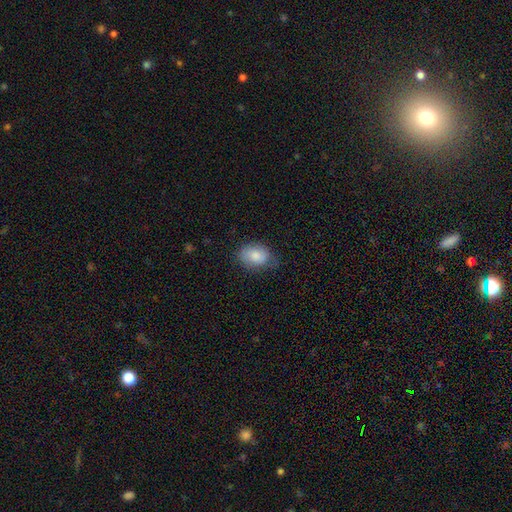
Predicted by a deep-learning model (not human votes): Smooth or featured? Predicted: smooth (p=0.79). How rounded? Predicted: in between (p=0.77). Merging? Predicted: none (p=0.63).